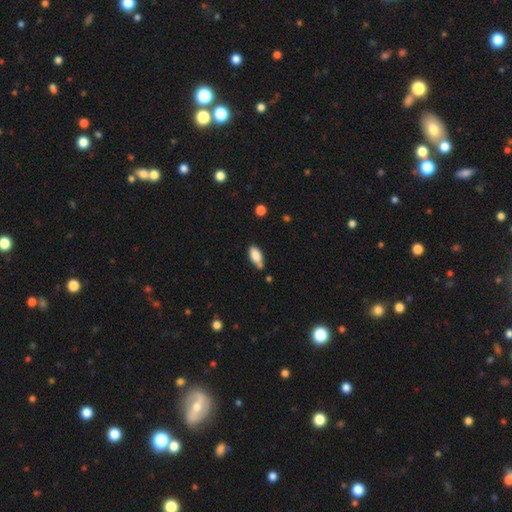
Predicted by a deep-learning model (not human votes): The model was most divided on "merging": none: 59%, minor disturbance: 24%, merger: 12%, major disturbance: 5%. More confident: how rounded — in between (90%); smooth or featured — smooth (84%).